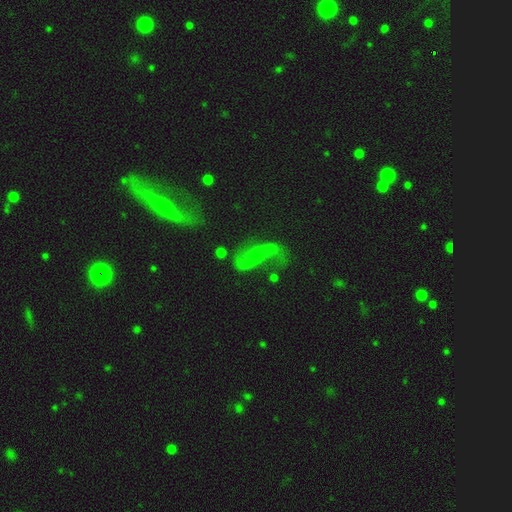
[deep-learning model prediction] The model was most divided on "bar": no: 48%, weak: 37%, strong: 15%. More confident: edge-on disk — no (94%); spiral arms — yes (93%); spiral arm count — 2 (91%); spiral winding — loose (83%); smooth or featured — featured or disk (82%); merging — none (58%); bulge size — small (51%).